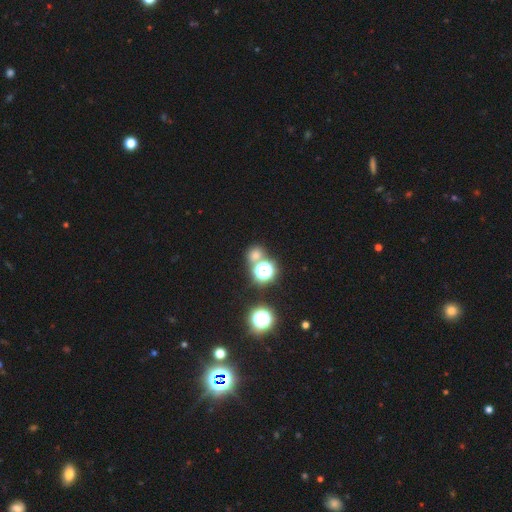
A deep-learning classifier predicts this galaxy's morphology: smooth-or-featured: smooth: 57% | star or artifact: 36% | featured or disk: 7%
  how-rounded: round: 81% | in between: 18% | cigar-shaped: 1%
  merging: none: 67% | merger: 21% | minor disturbance: 8% | major disturbance: 4%